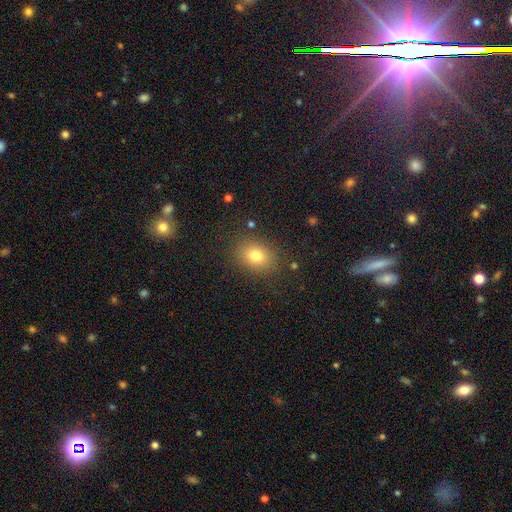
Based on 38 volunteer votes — Smooth or featured: smooth — 89% (star or artifact — 8%)
How rounded: in between — 56% (round — 44%)
Merging: none — 80% (minor disturbance — 11%)